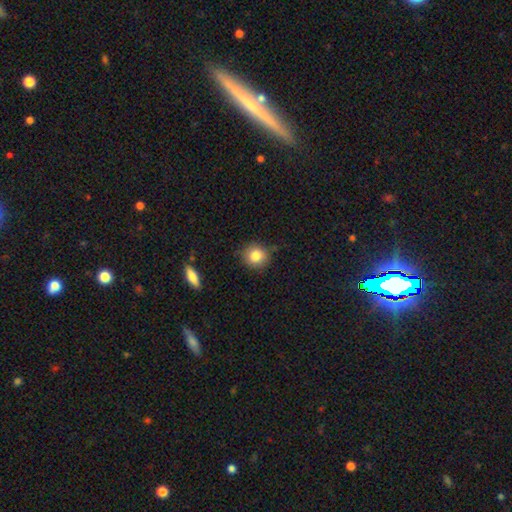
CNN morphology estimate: Smooth or featured: smooth — 82% (star or artifact — 10%)
How rounded: round — 86% (in between — 13%)
Merging: none — 83% (minor disturbance — 13%)